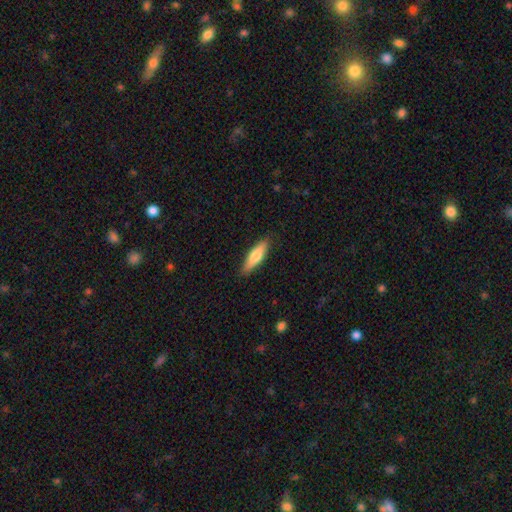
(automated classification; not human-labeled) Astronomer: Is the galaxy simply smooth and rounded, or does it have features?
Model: smooth — 70%.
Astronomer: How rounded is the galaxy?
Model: cigar-shaped — 64%.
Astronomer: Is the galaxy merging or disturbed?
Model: none — 87%.